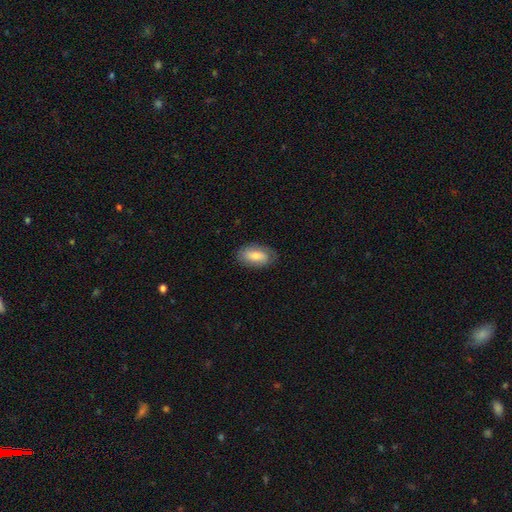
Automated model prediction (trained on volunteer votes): Morphology: type=smooth (72%); roundness=in between (92%); merging=none (80%).